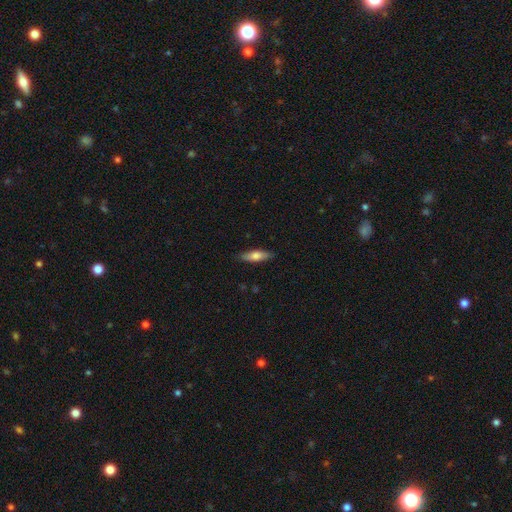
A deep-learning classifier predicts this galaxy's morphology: Smooth or featured? Predicted: smooth (p=0.71). How rounded? Predicted: in between (p=0.51). Merging? Predicted: none (p=0.86).